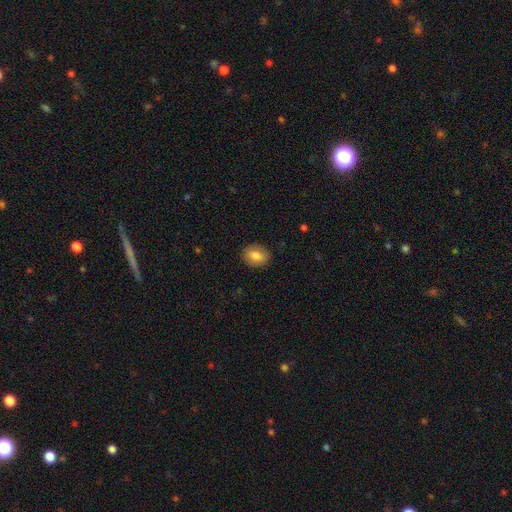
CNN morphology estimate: Smooth or featured: smooth — 83% (featured or disk — 10%)
How rounded: in between — 51% (round — 48%)
Merging: none — 89% (minor disturbance — 8%)